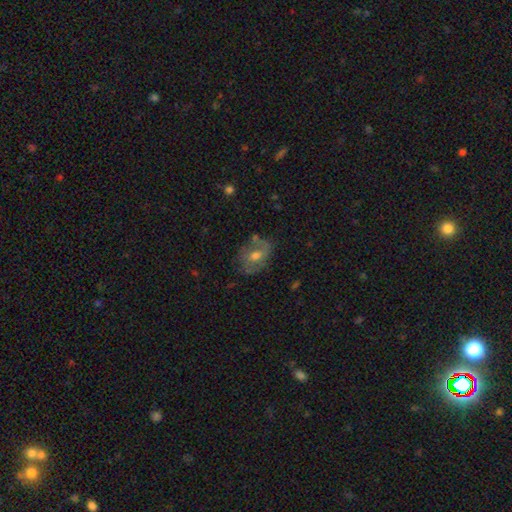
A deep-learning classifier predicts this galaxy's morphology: The model was most divided on "smooth or featured": featured or disk: 52%, smooth: 38%, star or artifact: 10%. More confident: edge-on disk — no (94%); merging — none (65%).